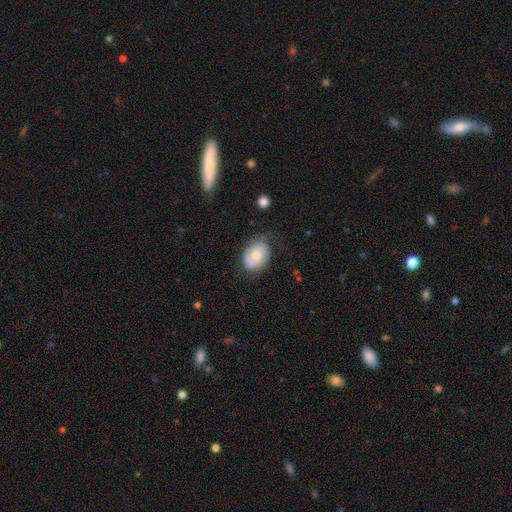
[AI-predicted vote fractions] smooth 59%, featured or disk 33%, star or artifact 7%. Down the decision tree: how rounded — in between (71%); merging — none (57%).